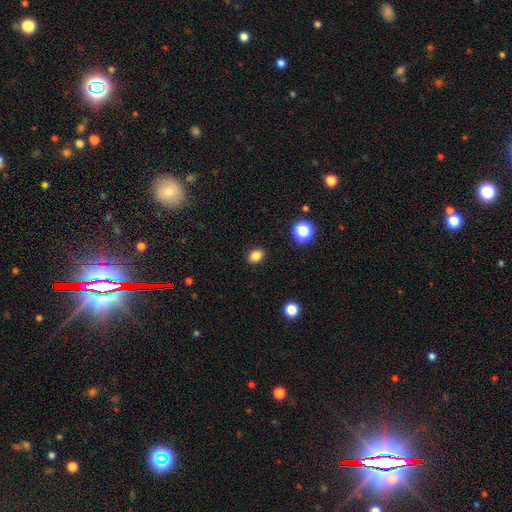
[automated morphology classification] type=smooth (83%); roundness=in between (61%); merging=none (89%).